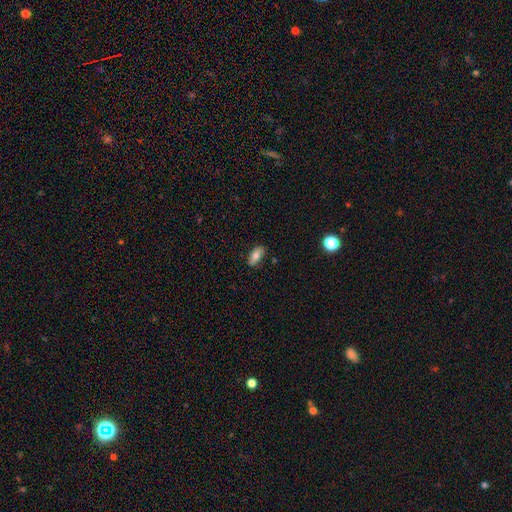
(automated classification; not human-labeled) This appears to be a smooth galaxy with no disk features (74%) that is in between round and cigar-shaped (87%). Merging: none (85%).